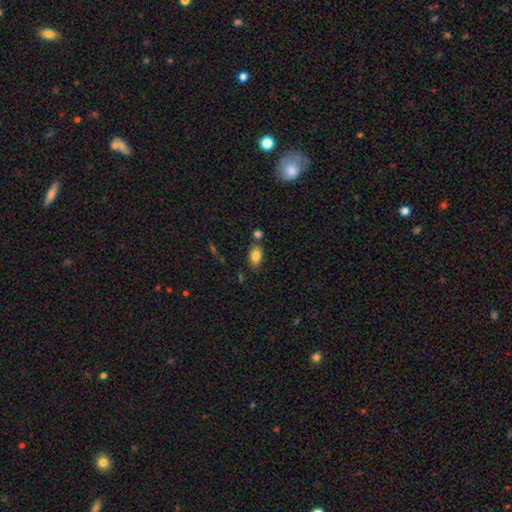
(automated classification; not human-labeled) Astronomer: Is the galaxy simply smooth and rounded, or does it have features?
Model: smooth — 83%.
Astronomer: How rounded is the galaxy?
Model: in between — 88%.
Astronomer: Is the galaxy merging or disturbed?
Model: none — 73%.